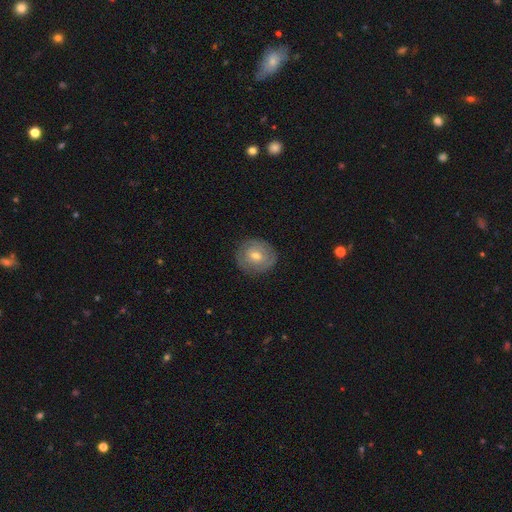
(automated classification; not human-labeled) A featured or disk galaxy (52%) with no bar (60%), spiral arms (61%) and a moderate central bulge (59%). Merging: none (83%).